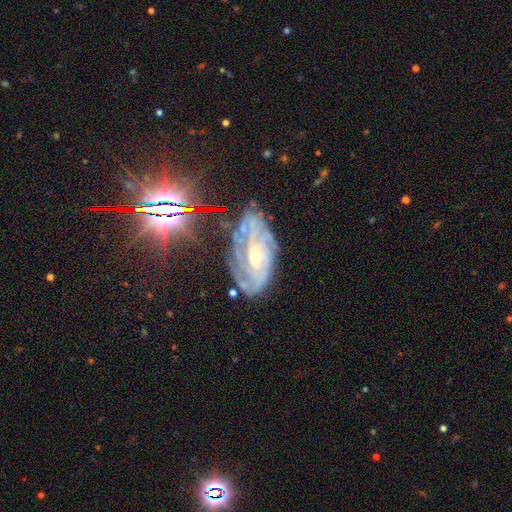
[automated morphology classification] Smooth or featured? featured or disk (81%)
Edge-on disk? no (94%)
Bar? no (50%)
Spiral arms? yes (94%)
Spiral winding? tight (69%)
Spiral arm count? can't tell (40%)
Bulge size? small (59%)
Merging? none (70%)